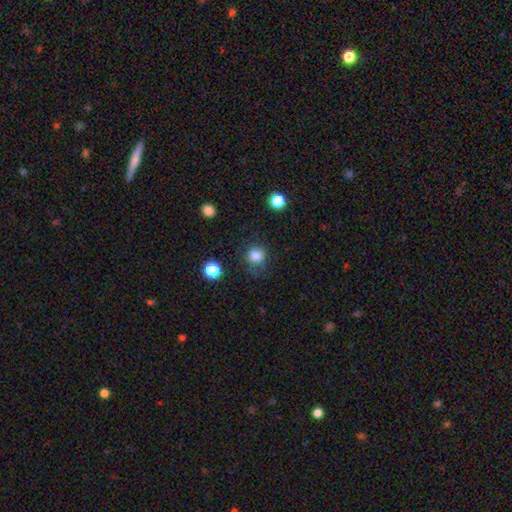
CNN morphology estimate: smooth_or_featured: smooth (p=0.83) [alt: star or artifact p=0.12]
how_rounded: round (p=0.84) [alt: in between p=0.15]
merging: none (p=0.73) [alt: minor disturbance p=0.18]